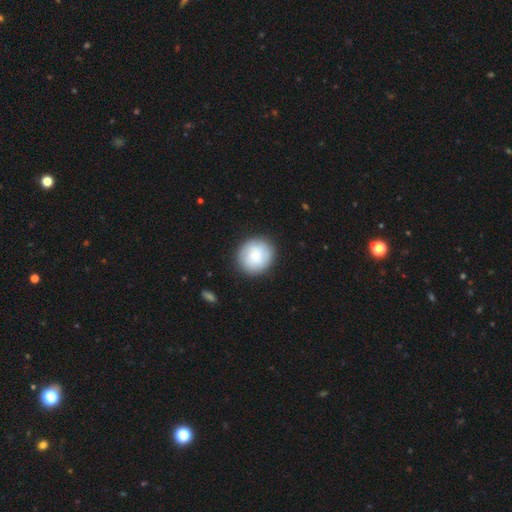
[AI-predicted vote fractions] smooth_or_featured: smooth (p=0.75) [alt: featured or disk p=0.19]
how_rounded: round (p=0.86) [alt: in between p=0.13]
merging: none (p=0.86) [alt: minor disturbance p=0.10]